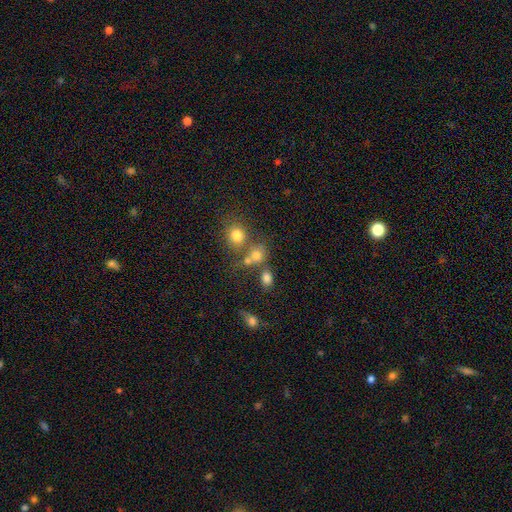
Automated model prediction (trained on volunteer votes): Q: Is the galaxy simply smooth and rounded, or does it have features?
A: smooth — 72%.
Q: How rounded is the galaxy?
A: round — 66%.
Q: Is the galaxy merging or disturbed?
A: none — 47%.